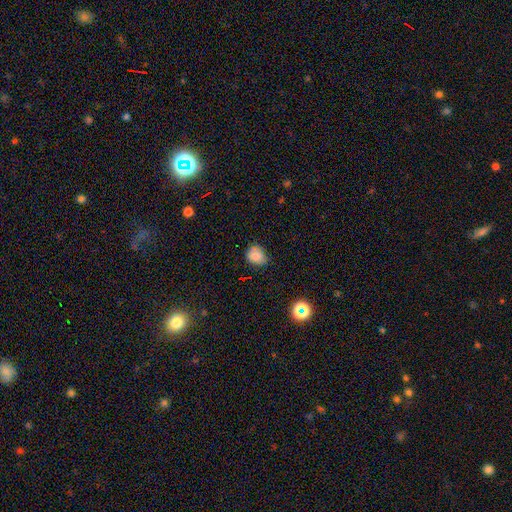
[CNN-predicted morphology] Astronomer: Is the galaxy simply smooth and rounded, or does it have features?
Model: smooth — 80%.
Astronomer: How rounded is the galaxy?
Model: round — 56% (runner-up: in between, 43%).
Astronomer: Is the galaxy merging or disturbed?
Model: none — 64%.